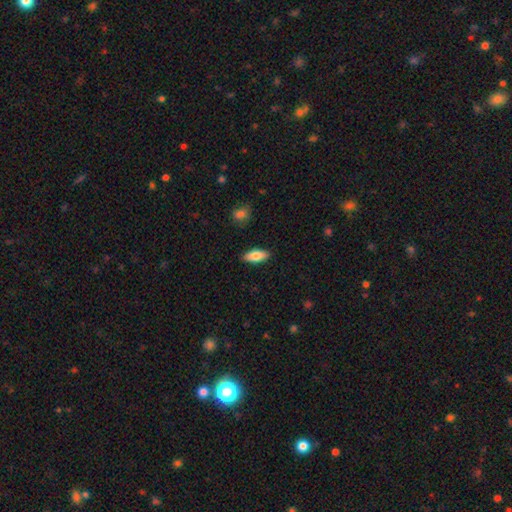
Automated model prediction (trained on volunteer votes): A smooth galaxy with no disk features (78%) that is in between round and cigar-shaped (79%). Merging: none (89%).